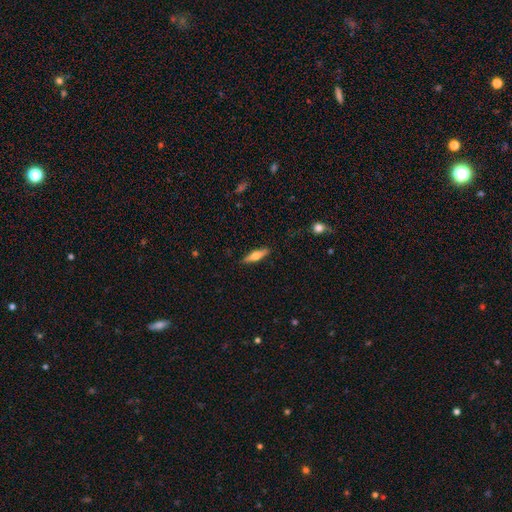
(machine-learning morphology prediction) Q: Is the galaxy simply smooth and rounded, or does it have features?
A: smooth — 48%.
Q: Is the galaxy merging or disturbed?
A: none — 89%.